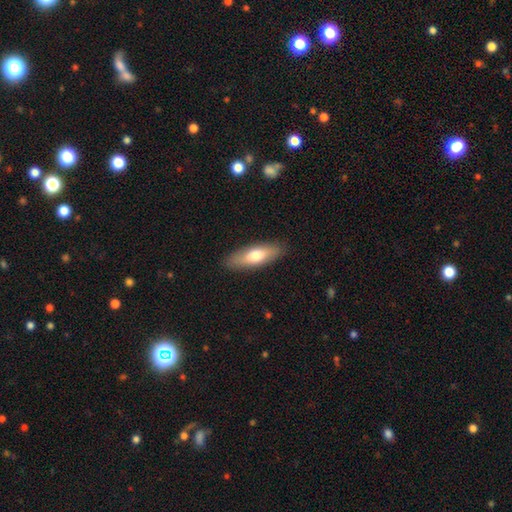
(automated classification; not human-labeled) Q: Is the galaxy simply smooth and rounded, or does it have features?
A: smooth — 68%.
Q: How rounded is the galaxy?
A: in between — 57%.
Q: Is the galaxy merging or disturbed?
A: none — 88%.